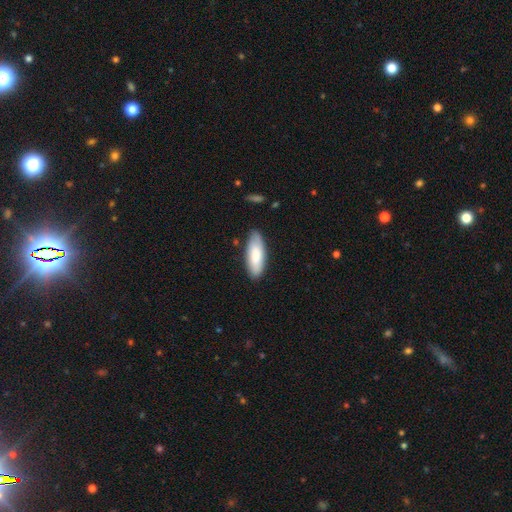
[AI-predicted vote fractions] A smooth galaxy with no disk features (80%) that is in between round and cigar-shaped (70%). Merging: none (82%).